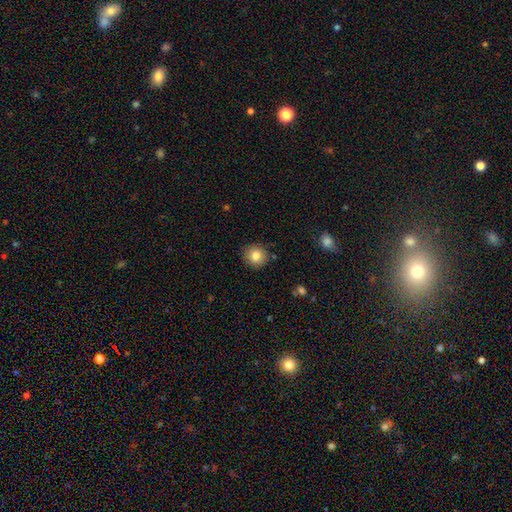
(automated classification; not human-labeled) smooth 84%, star or artifact 9%, featured or disk 7%. Down the decision tree: how rounded — round (91%); merging — none (87%).